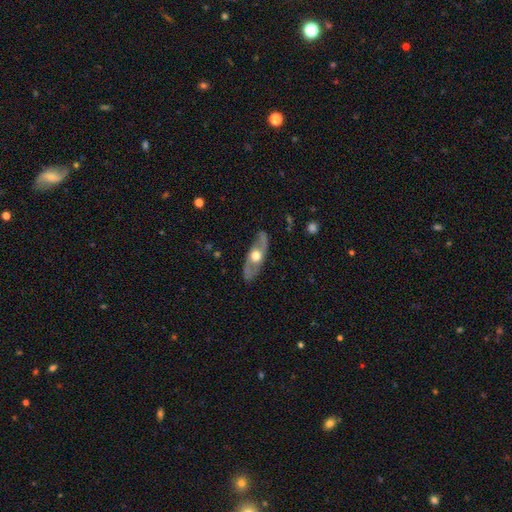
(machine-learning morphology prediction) The model was most divided on "edge-on disk": no: 62%, yes: 38%. More confident: merging — none (80%); smooth or featured — featured or disk (65%).